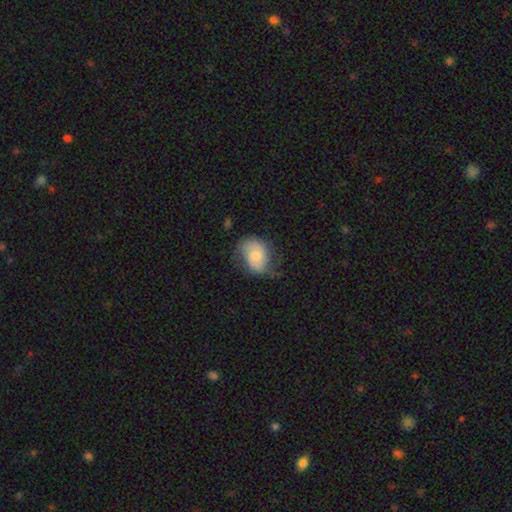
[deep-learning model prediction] A smooth galaxy with no disk features (52%) that is in between round and cigar-shaped (63%). Merging: none (50%).